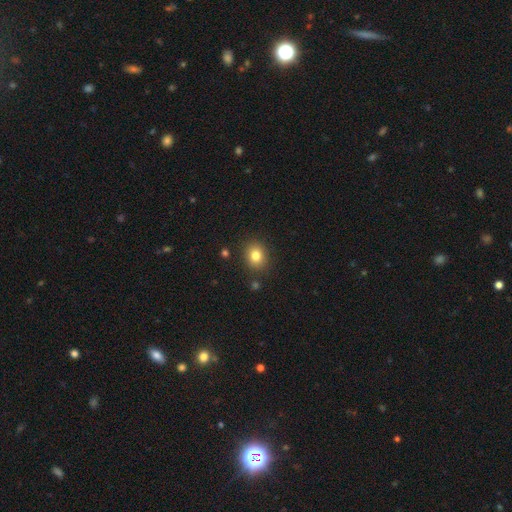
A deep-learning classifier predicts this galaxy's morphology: A smooth galaxy with no disk features (81%) that is round (68%). Merging: none (86%).